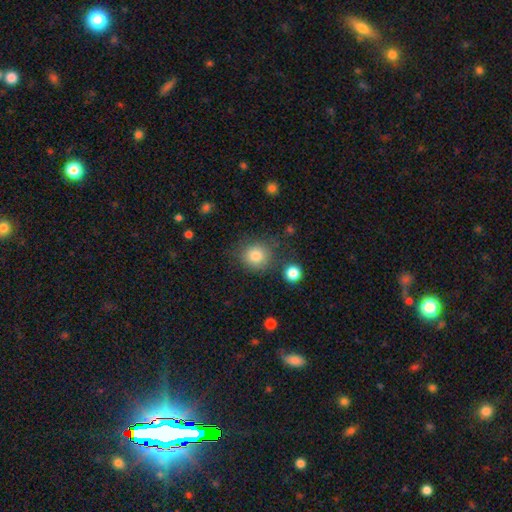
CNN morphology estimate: Overall: smooth (83%). How rounded: round (89%). Merging: none (76%).